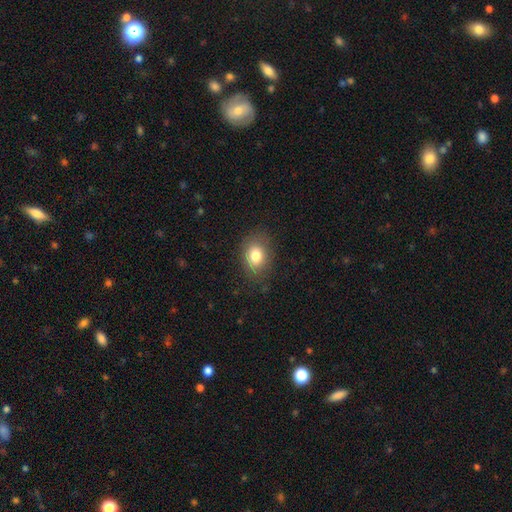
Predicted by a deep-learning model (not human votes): Morphology: type=smooth (80%); roundness=in between (62%); merging=none (81%).